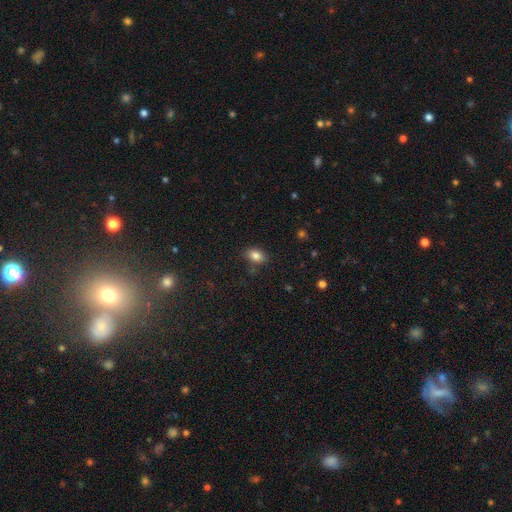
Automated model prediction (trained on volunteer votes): Smooth or featured? Predicted: smooth (p=0.83). How rounded? Predicted: in between (p=0.82). Merging? Predicted: none (p=0.80).